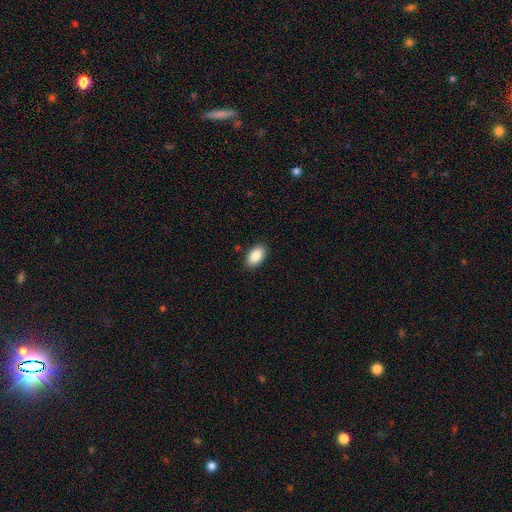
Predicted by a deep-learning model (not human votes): smooth 87%, star or artifact 7%, featured or disk 6%. Down the decision tree: how rounded — in between (94%); merging — none (89%).